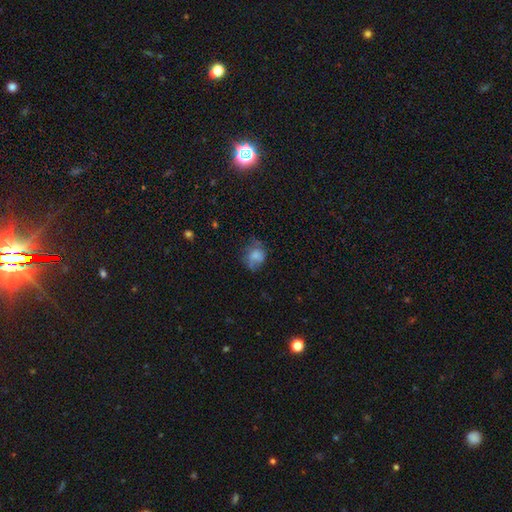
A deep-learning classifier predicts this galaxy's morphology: A smooth galaxy with no disk features (69%) that is round (58%). Merging: none (48%).